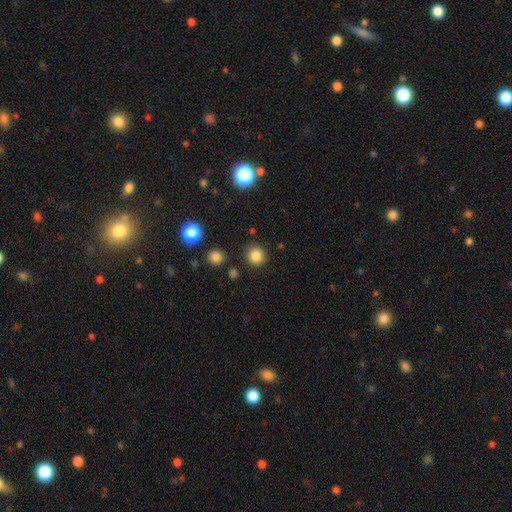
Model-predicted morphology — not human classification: This is clearly a smooth galaxy (84%). How rounded: clearly round (90%). Merging: clearly none (89%).